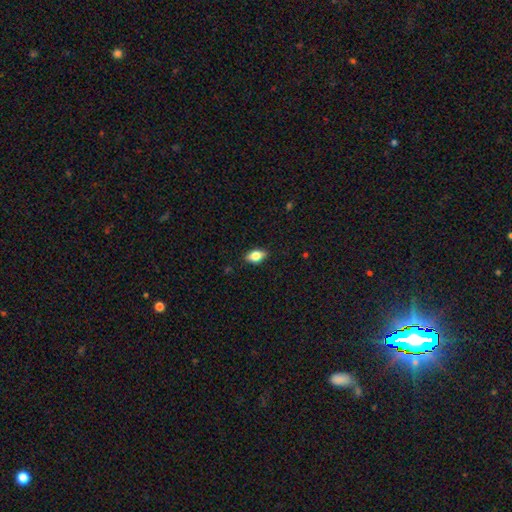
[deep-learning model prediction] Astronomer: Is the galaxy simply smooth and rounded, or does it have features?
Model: smooth — 75%.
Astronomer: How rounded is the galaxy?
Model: in between — 85%.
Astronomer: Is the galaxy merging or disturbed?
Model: none — 86%.